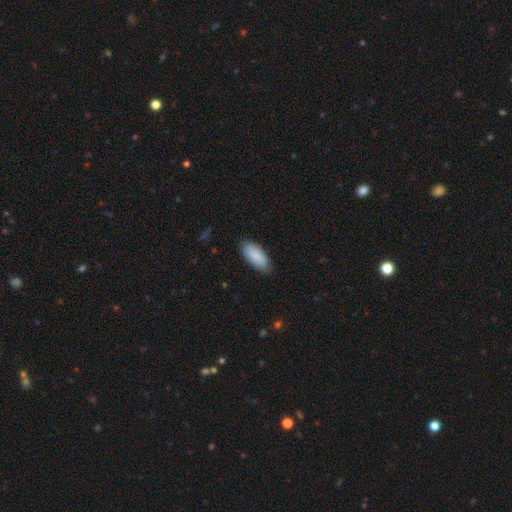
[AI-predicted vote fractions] smooth_or_featured: smooth (p=0.88) [alt: featured or disk p=0.06]
how_rounded: in between (p=0.88) [alt: cigar-shaped p=0.10]
merging: none (p=0.83) [alt: minor disturbance p=0.14]